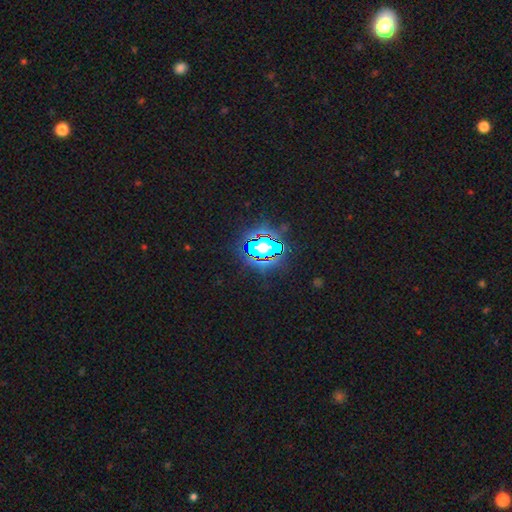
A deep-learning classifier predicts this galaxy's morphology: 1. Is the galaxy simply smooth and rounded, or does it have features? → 81% star or artifact, 12% smooth, 7% featured or disk.